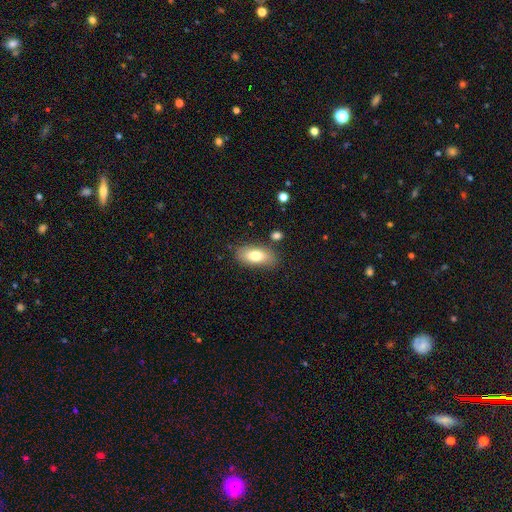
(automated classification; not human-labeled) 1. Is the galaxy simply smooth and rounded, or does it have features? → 76% smooth, 16% featured or disk, 7% star or artifact.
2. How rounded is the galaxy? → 89% in between, 7% cigar-shaped, 4% round.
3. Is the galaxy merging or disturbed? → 80% none, 13% minor disturbance, 4% merger, 3% major disturbance.